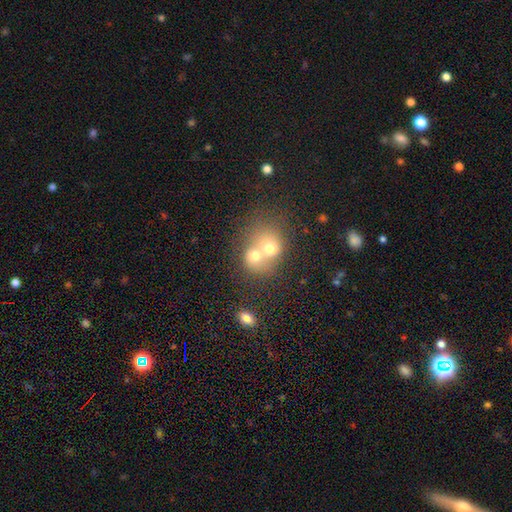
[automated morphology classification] This appears to be a smooth galaxy with no disk features (64%) that is round (65%). Merging: merger (74%).